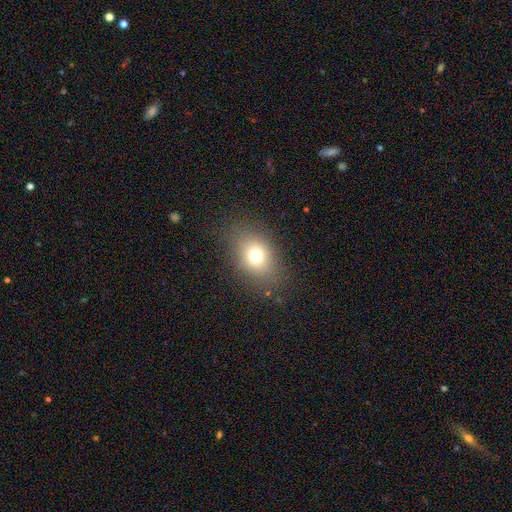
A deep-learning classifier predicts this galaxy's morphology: This is likely a smooth galaxy (72%). How rounded: likely in between (61%). Merging: clearly none (80%).